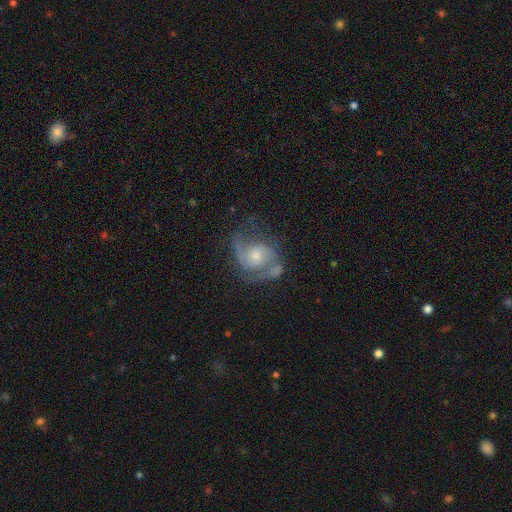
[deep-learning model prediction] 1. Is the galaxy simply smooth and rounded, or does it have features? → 86% featured or disk, 7% smooth, 6% star or artifact.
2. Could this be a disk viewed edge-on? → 98% no, 2% yes.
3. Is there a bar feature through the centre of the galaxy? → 64% no, 30% weak, 6% strong.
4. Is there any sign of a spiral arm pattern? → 96% yes, 4% no.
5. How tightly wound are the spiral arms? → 56% medium, 23% loose, 21% tight.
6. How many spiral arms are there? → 88% 2, 4% can't tell, 3% 3, 3% 1, 1% 4, 1% more than 4.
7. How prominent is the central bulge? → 55% moderate, 35% small, 6% large, 3% none, 1% dominant.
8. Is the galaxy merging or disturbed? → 62% none, 19% minor disturbance, 12% major disturbance, 7% merger.